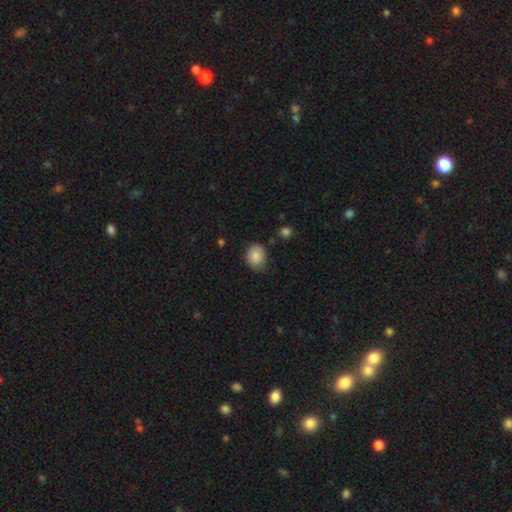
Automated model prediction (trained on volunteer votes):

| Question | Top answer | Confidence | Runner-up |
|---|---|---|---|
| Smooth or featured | smooth | 85% | star or artifact (8%) |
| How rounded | round | 54% | in between (45%) |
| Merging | none | 76% | minor disturbance (18%) |